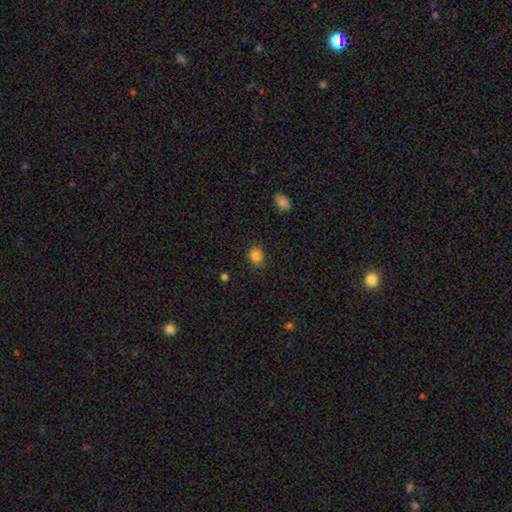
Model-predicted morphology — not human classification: Smooth or featured: smooth — 83% (star or artifact — 11%)
How rounded: round — 67% (in between — 32%)
Merging: none — 86% (minor disturbance — 10%)